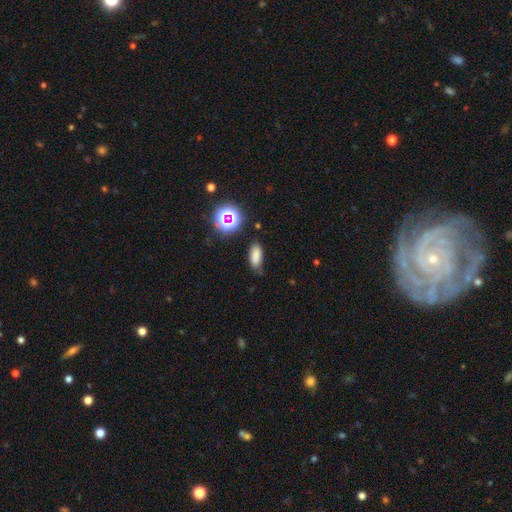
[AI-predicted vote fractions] Smooth or featured? smooth (78%)
How rounded? in between (81%)
Merging? none (76%)